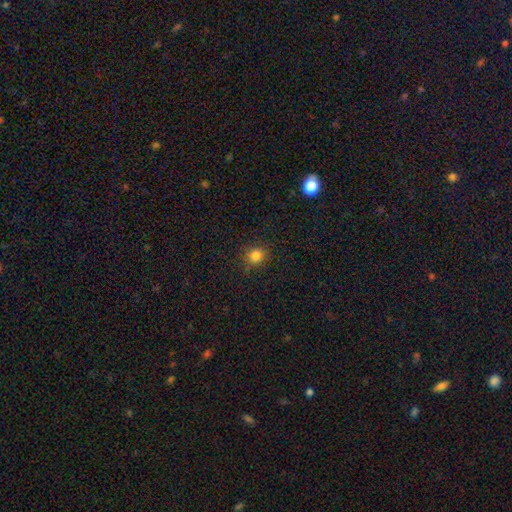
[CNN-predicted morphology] smooth 83%, star or artifact 13%, featured or disk 4%. Down the decision tree: how rounded — round (86%); merging — none (86%).